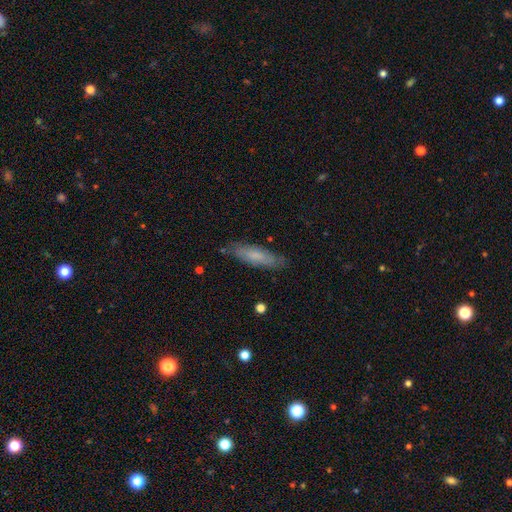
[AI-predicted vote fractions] The model was most divided on "how rounded": cigar-shaped: 65%, in between: 34%, round: 1%. More confident: merging — none (81%); smooth or featured — smooth (67%).